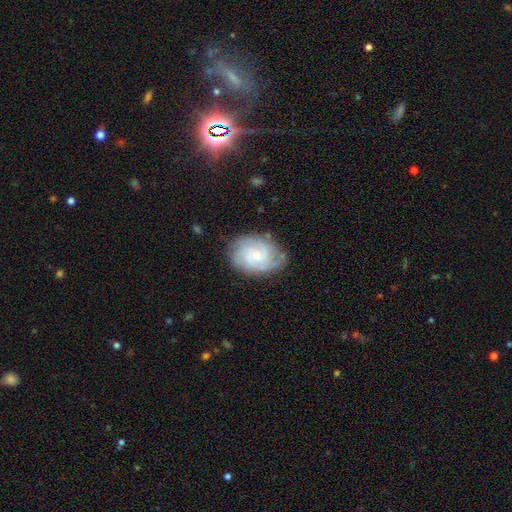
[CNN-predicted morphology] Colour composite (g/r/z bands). It shows a featured or disk galaxy (81%) with no bar (61%), 3 (28%) tight (64%) spiral arms (97%) and a small central bulge (67%). Merging: none (77%).